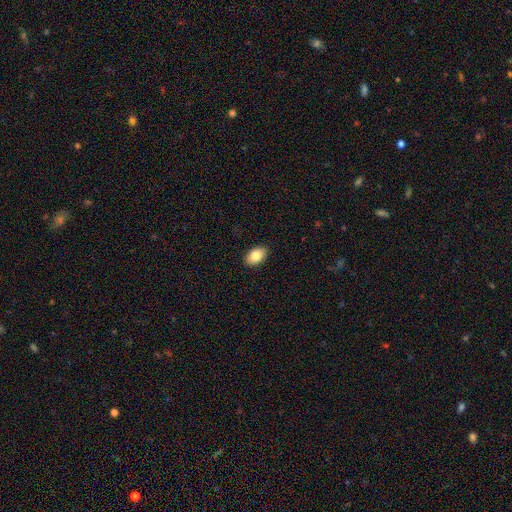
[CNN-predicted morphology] Smooth or featured? Predicted: smooth (p=0.83). How rounded? Predicted: in between (p=0.91). Merging? Predicted: none (p=0.90).